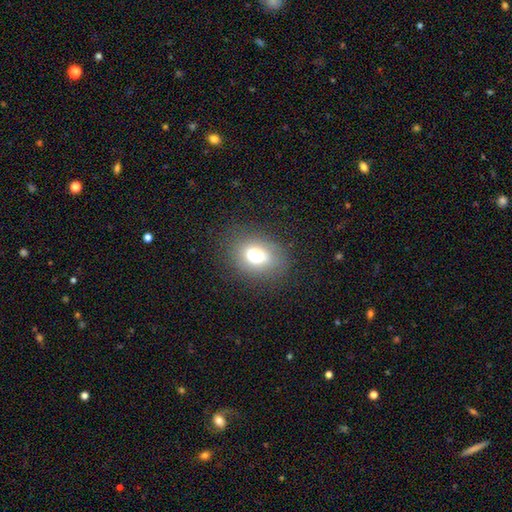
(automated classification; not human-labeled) A smooth galaxy with no disk features (69%) that is in between round and cigar-shaped (63%). Merging: none (80%).